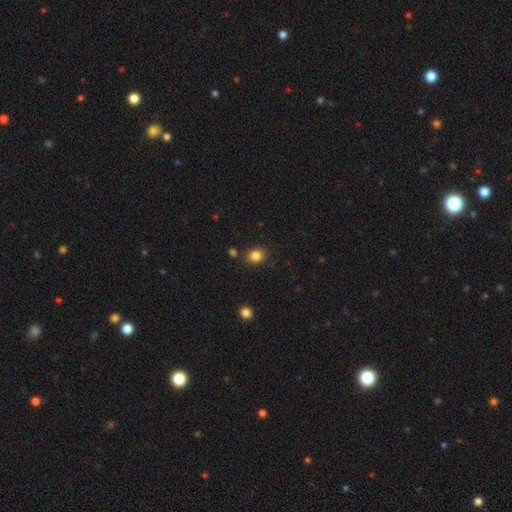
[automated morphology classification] smooth_or_featured: smooth (p=0.84) [alt: star or artifact p=0.11]
how_rounded: round (p=0.57) [alt: in between p=0.42]
merging: none (p=0.82) [alt: minor disturbance p=0.11]